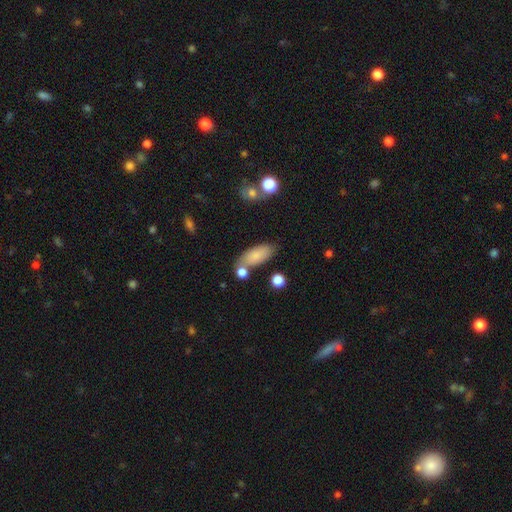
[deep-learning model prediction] This is clearly a smooth galaxy (82%). How rounded: clearly in between (82%). Merging: likely none (68%).